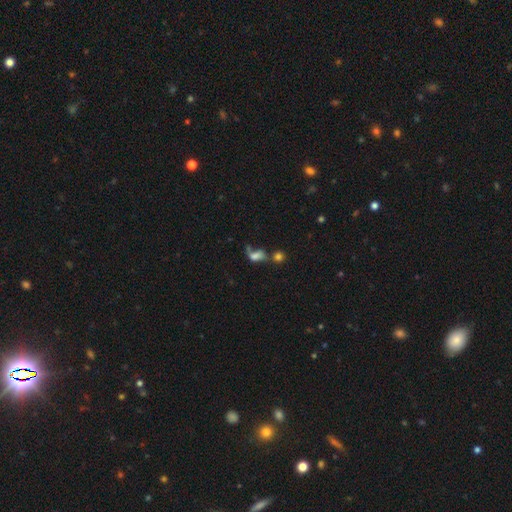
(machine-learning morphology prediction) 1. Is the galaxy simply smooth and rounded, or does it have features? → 60% smooth, 22% featured or disk, 18% star or artifact.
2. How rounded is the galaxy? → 73% in between, 20% round, 7% cigar-shaped.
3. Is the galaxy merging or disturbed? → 41% merger, 24% none, 21% major disturbance, 14% minor disturbance.